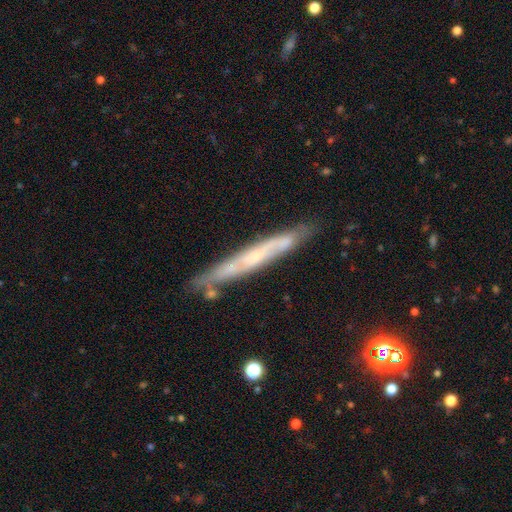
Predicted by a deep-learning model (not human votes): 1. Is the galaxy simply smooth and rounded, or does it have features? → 63% featured or disk, 29% smooth, 7% star or artifact.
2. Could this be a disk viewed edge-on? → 84% yes, 16% no.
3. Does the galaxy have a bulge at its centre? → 68% none, 25% rounded, 7% boxy.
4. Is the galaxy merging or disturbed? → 78% none, 15% minor disturbance, 3% merger, 3% major disturbance.